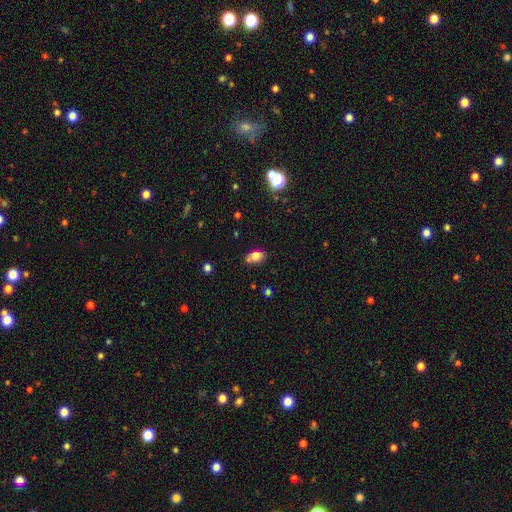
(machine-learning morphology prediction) A smooth galaxy with no disk features (76%) that is in between round and cigar-shaped (81%).

Vote fractions:
- Smooth or featured? smooth: 76% / star or artifact: 13% / featured or disk: 11%
- How rounded? in between: 81% / round: 17% / cigar-shaped: 2%
- Merging? none: 60% / minor disturbance: 19% / merger: 17% / major disturbance: 5%